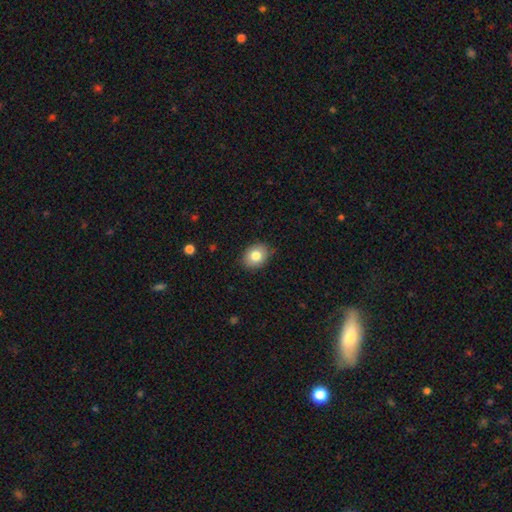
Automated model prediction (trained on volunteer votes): This appears to be a smooth galaxy with no disk features (81%) that is in between round and cigar-shaped (56%). Merging: none (84%).